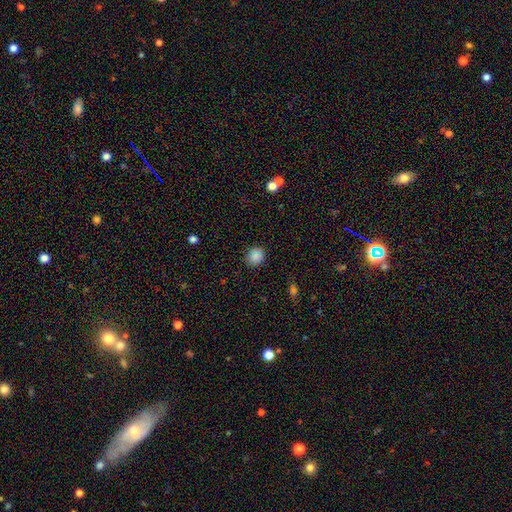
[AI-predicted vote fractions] A smooth galaxy with no disk features (84%) that is round (71%). Merging: none (84%).